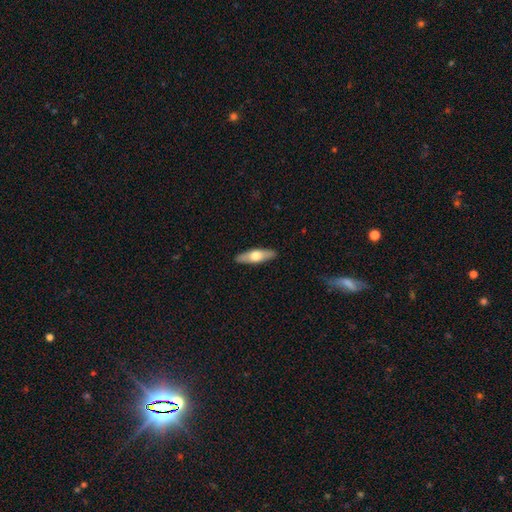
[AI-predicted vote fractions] Smooth or featured?
  - smooth: 54% *
  - featured or disk: 41%
  - star or artifact: 5%
How rounded?
  - cigar-shaped: 53% *
  - in between: 44%
  - round: 3%
Merging?
  - none: 90% *
  - minor disturbance: 7%
  - major disturbance: 2%
  - merger: 1%